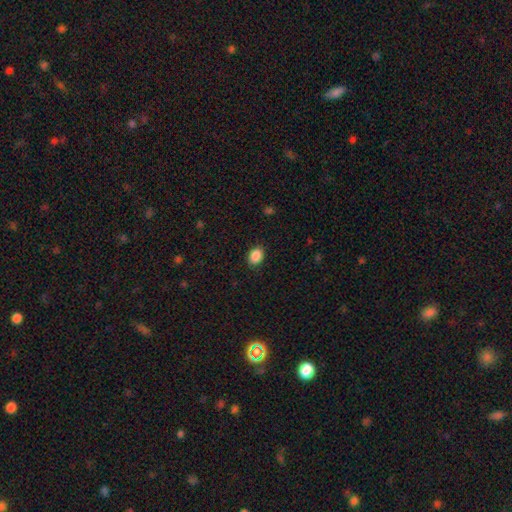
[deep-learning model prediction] A smooth galaxy with no disk features (88%) that is in between round and cigar-shaped (63%). Merging: none (87%).